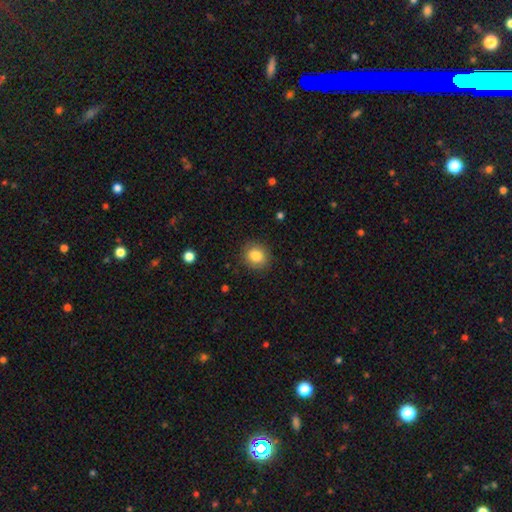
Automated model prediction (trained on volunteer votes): Smooth or featured: smooth — 84% (star or artifact — 9%)
How rounded: round — 75% (in between — 24%)
Merging: none — 88% (minor disturbance — 9%)